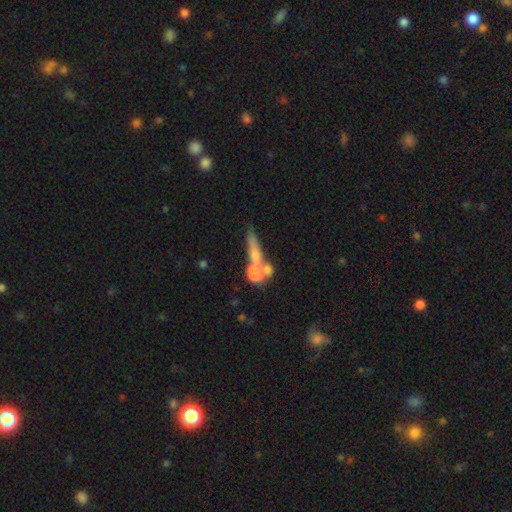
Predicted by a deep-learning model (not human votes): The model was most divided on "smooth or featured": smooth: 45%, featured or disk: 39%, star or artifact: 16%. Remaining: merging — none (43%).